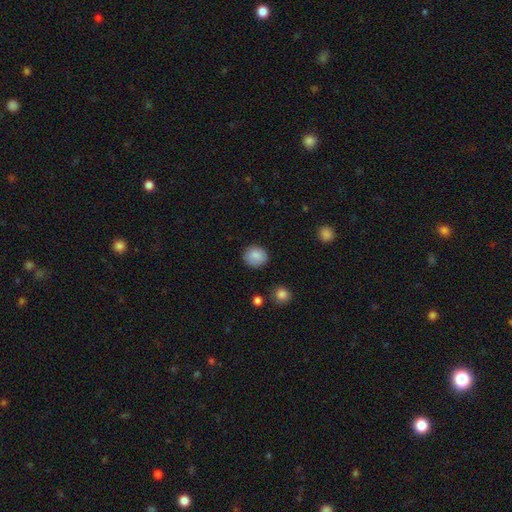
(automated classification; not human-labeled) Overall: smooth (86%). How rounded: round (77%). Merging: none (86%).